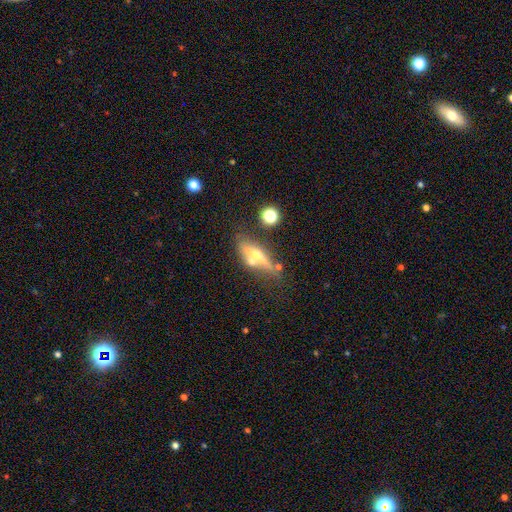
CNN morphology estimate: Smooth or featured? featured or disk (55%)
Edge-on disk? yes (76%)
Merging? none (50%)